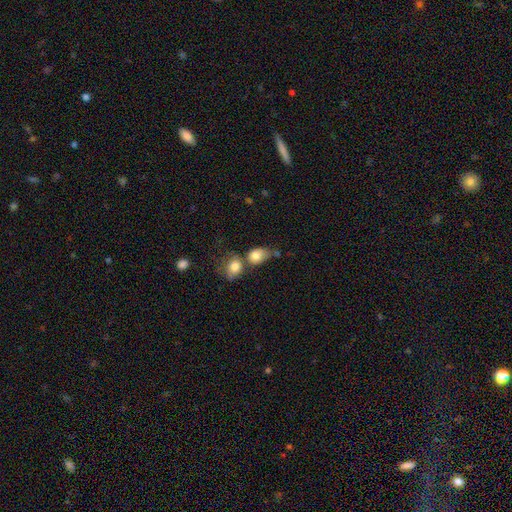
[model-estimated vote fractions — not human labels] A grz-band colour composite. It shows a smooth galaxy with no disk features (81%) that is in between round and cigar-shaped (64%). Merging: merger (47%).